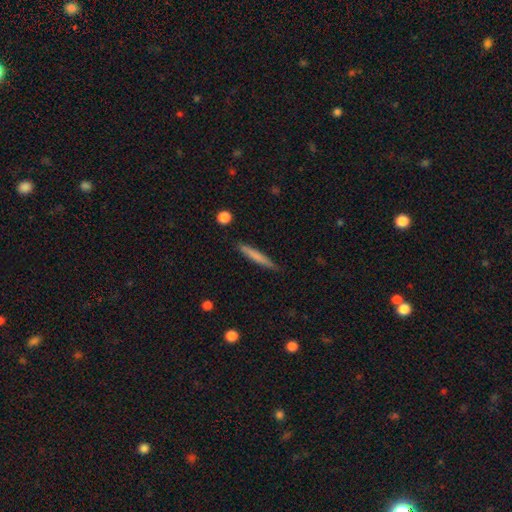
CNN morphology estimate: Smooth or featured? smooth (69%)
How rounded? cigar-shaped (95%)
Merging? none (86%)